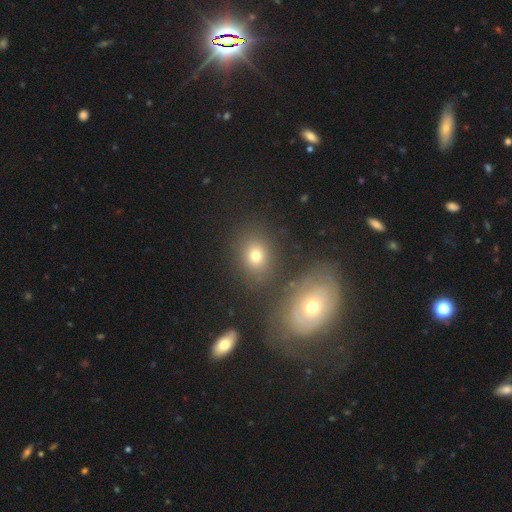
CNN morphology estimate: smooth 71%, star or artifact 17%, featured or disk 12%. Down the decision tree: how rounded — round (57%); merging — none (76%).